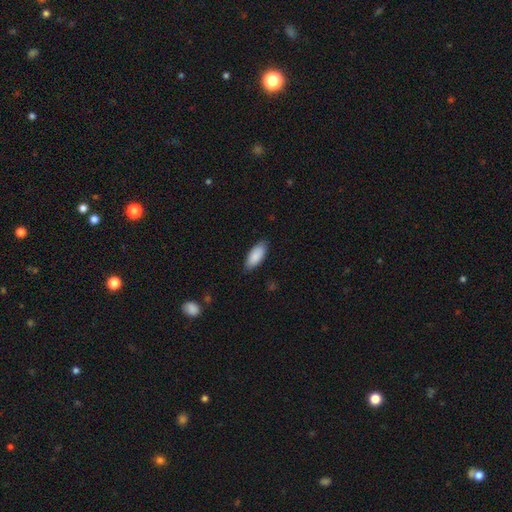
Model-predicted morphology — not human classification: A smooth galaxy with no disk features (88%) that is in between round and cigar-shaped (84%).

Vote fractions:
- Smooth or featured? smooth: 88% / featured or disk: 6% / star or artifact: 6%
- How rounded? in between: 84% / cigar-shaped: 15% / round: 2%
- Merging? none: 83% / minor disturbance: 14% / major disturbance: 2% / merger: 1%